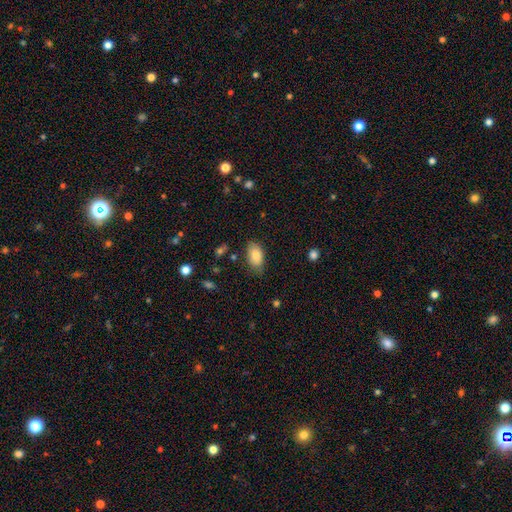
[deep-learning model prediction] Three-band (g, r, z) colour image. It shows a smooth galaxy with no disk features (85%) that is in between round and cigar-shaped (93%). Merging: none (76%).